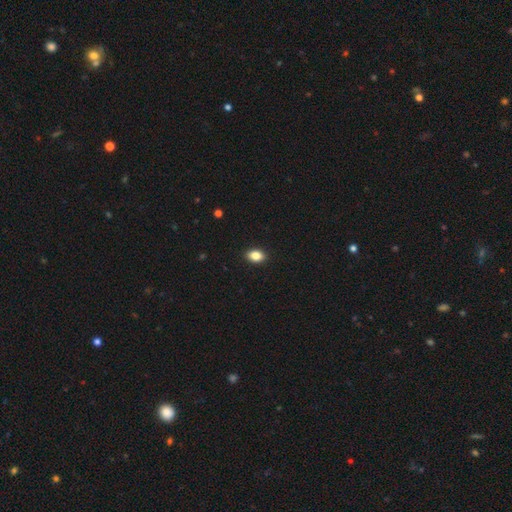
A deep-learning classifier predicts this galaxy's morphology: Smooth or featured? Predicted: smooth (p=0.85). How rounded? Predicted: in between (p=0.83). Merging? Predicted: none (p=0.90).